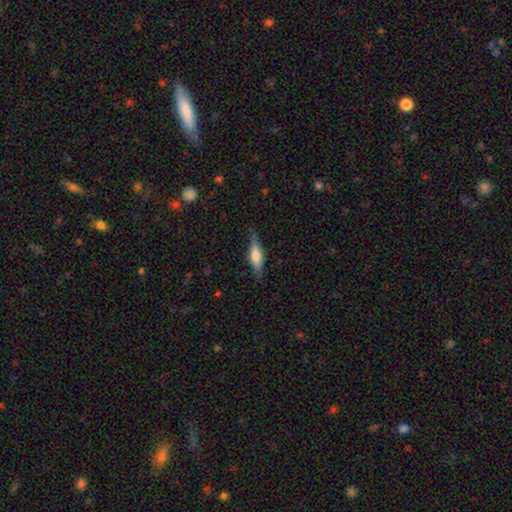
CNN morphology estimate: smooth 55%, featured or disk 39%, star or artifact 6%. Down the decision tree: how rounded — cigar-shaped (61%); merging — none (81%).